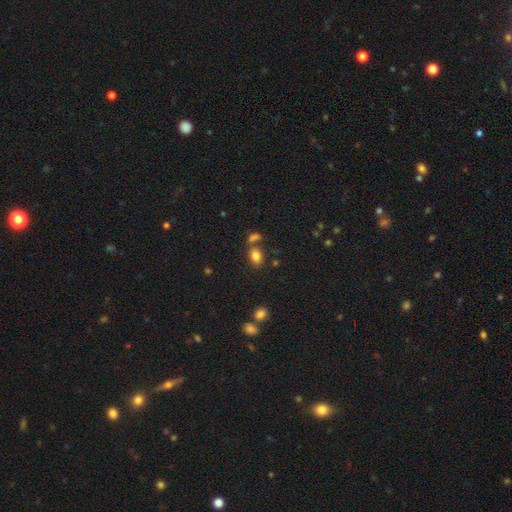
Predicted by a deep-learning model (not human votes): A smooth galaxy with no disk features (82%) that is in between round and cigar-shaped (74%).

Vote fractions:
- Smooth or featured? smooth: 82% / star or artifact: 11% / featured or disk: 7%
- How rounded? in between: 74% / round: 25% / cigar-shaped: 1%
- Merging? none: 62% / merger: 22% / minor disturbance: 12% / major disturbance: 4%